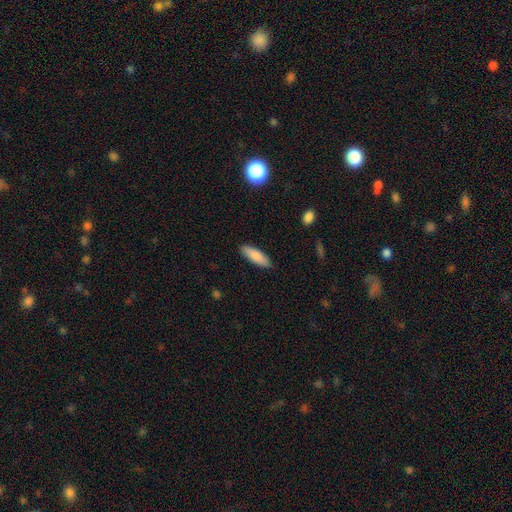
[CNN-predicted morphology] This appears to be a smooth galaxy with no disk features (84%) that is in between round and cigar-shaped (52%). Merging: none (88%).